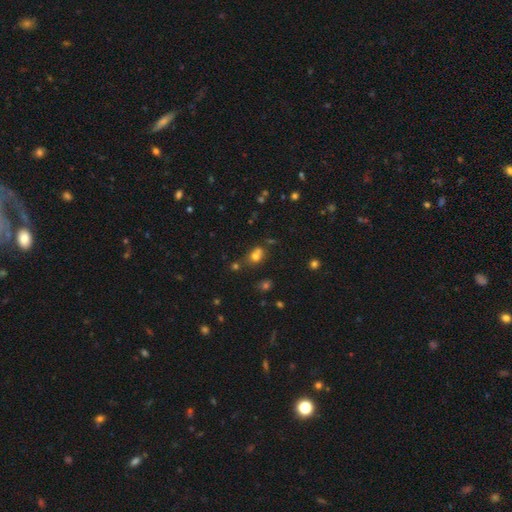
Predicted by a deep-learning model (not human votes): This appears to be a smooth galaxy with no disk features (70%) that is round (52%). Merging: none (42%).